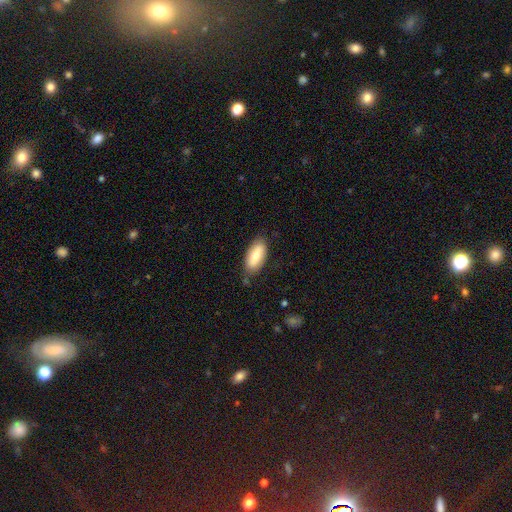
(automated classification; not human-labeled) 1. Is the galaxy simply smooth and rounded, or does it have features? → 75% smooth, 19% featured or disk, 6% star or artifact.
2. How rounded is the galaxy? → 85% in between, 13% cigar-shaped, 2% round.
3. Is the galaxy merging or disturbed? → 80% none, 15% minor disturbance, 3% major disturbance, 2% merger.